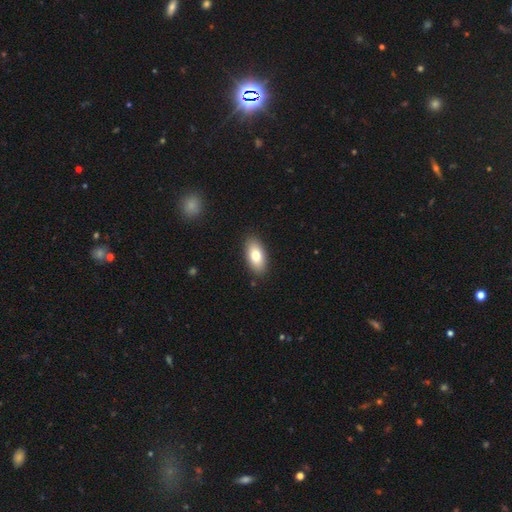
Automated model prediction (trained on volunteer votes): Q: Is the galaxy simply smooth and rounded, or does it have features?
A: smooth — 76%.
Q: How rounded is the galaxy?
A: in between — 90%.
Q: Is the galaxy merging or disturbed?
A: none — 88%.